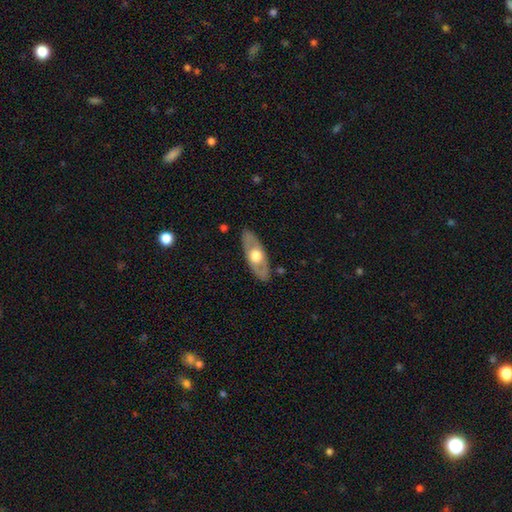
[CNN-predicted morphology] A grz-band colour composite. It shows a featured or disk galaxy (54%). Merging: none (86%).